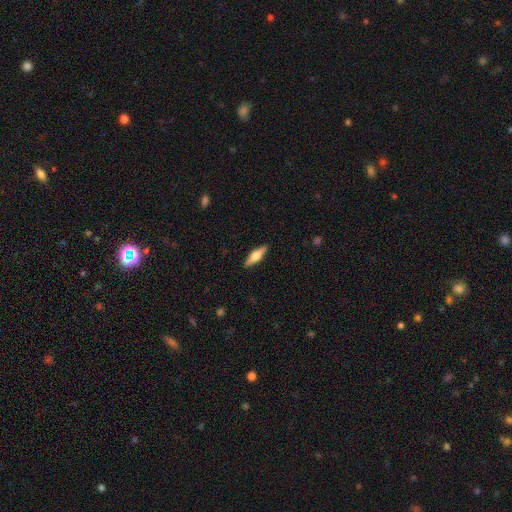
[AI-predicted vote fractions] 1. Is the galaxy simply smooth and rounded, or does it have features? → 55% featured or disk, 40% smooth, 6% star or artifact.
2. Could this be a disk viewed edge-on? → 95% yes, 5% no.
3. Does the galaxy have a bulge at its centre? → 93% rounded, 5% boxy, 2% none.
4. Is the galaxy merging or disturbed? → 91% none, 7% minor disturbance, 2% major disturbance, 1% merger.